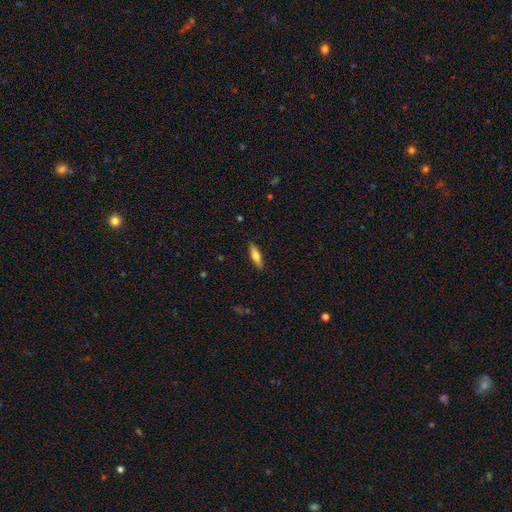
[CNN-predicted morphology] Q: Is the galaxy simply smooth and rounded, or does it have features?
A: smooth — 72%.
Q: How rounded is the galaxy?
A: cigar-shaped — 58%.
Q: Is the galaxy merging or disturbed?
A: none — 88%.